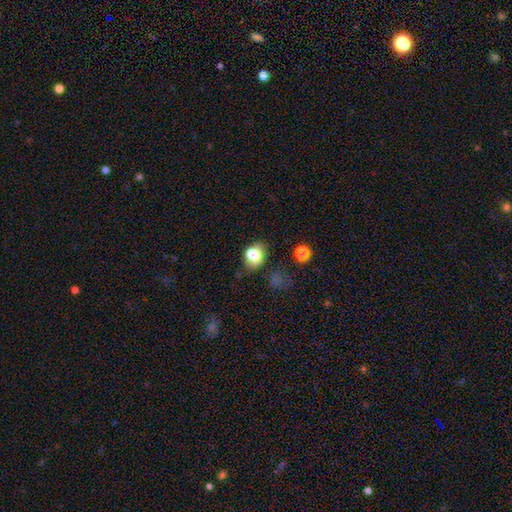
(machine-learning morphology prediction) This is likely a smooth galaxy (71%). How rounded: possibly in between (60%). Merging: possibly none (51%).